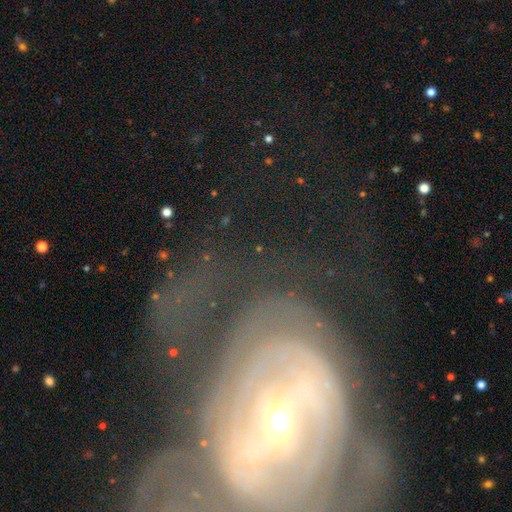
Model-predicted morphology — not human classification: Overall: featured or disk (77%). Edge-on disk: no (94%). Bar: no (37%; weak 35%). Spiral arms: yes (77%). Spiral arm count: can't tell (49%; 2 22%). Spiral winding: tight (65%). Bulge size: small (59%; moderate 35%). Merging: none (46%; major disturbance 25%).